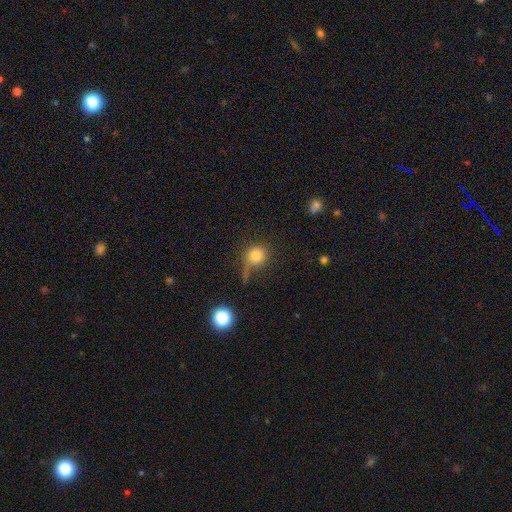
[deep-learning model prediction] Smooth or featured? smooth (78%)
How rounded? round (84%)
Merging? none (53%)